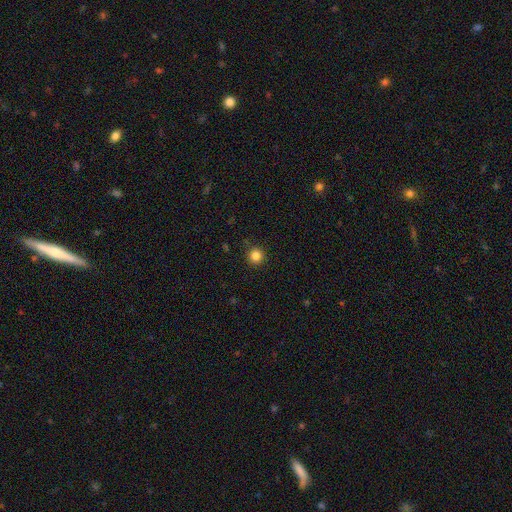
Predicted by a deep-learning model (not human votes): Smooth or featured? smooth (84%)
How rounded? round (95%)
Merging? none (92%)